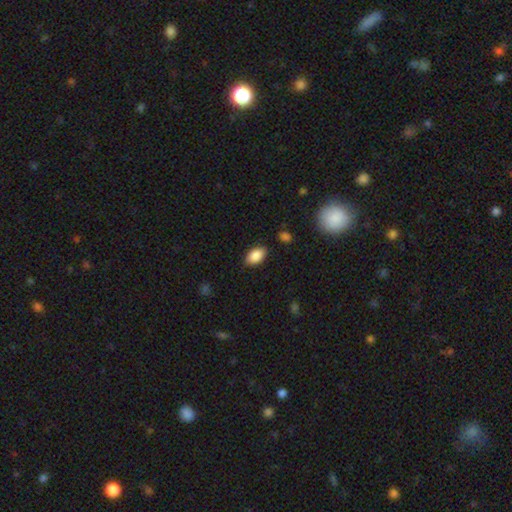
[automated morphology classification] smooth 88%, star or artifact 7%, featured or disk 5%. Down the decision tree: how rounded — in between (93%); merging — none (86%).